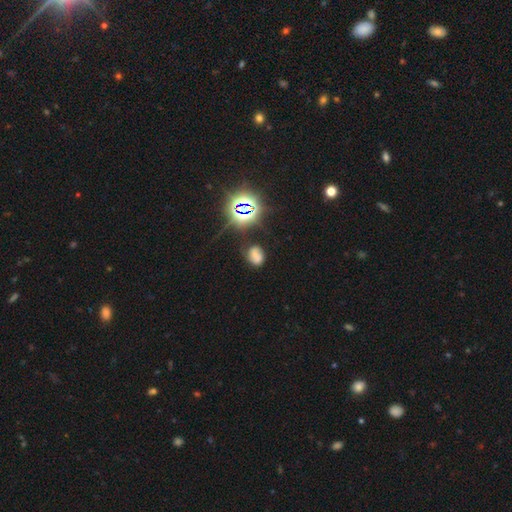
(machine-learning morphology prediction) Q: Smooth or featured?
A: smooth (43%); runner-up: star or artifact (29%)
Q: Merging?
A: none (48%); runner-up: minor disturbance (21%)